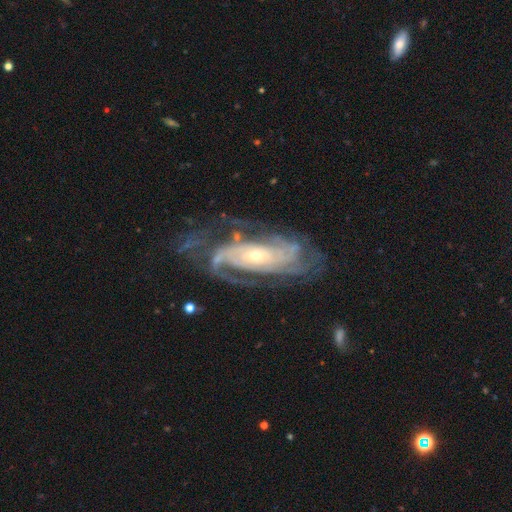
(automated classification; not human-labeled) smooth_or_featured: featured or disk (p=0.90) [alt: star or artifact p=0.05]
disk_edge_on: no (p=0.94) [alt: yes p=0.06]
bar: no (p=0.62) [alt: weak p=0.25]
has_spiral_arms: yes (p=0.97) [alt: no p=0.03]
spiral_winding: tight (p=0.64) [alt: medium p=0.29]
spiral_arm_count: can't tell (p=0.28) [alt: 2 p=0.22]
bulge_size: small (p=0.62) [alt: moderate p=0.33]
merging: none (p=0.65) [alt: minor disturbance p=0.19]